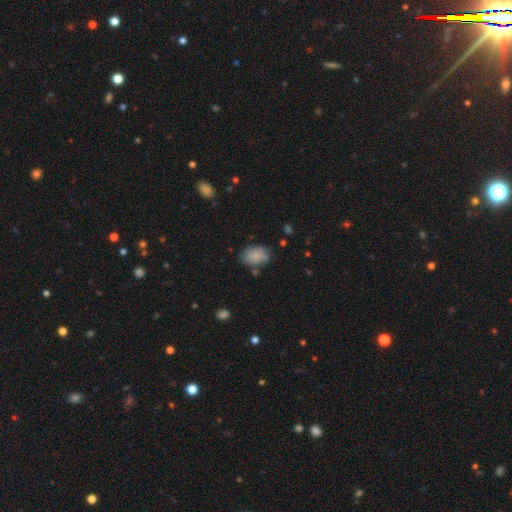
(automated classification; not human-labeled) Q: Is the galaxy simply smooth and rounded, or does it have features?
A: smooth — 85%.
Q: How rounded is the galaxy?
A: in between — 83%.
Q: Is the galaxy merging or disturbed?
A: none — 69%.